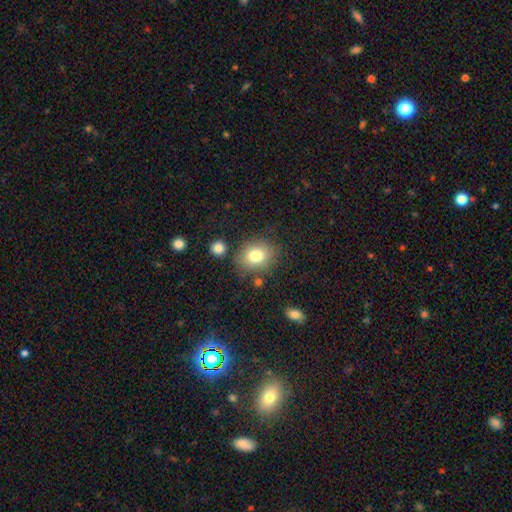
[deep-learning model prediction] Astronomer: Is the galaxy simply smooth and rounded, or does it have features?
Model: smooth — 78%.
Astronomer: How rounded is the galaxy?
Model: round — 54% (runner-up: in between, 45%).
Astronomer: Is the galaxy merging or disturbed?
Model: none — 76%.